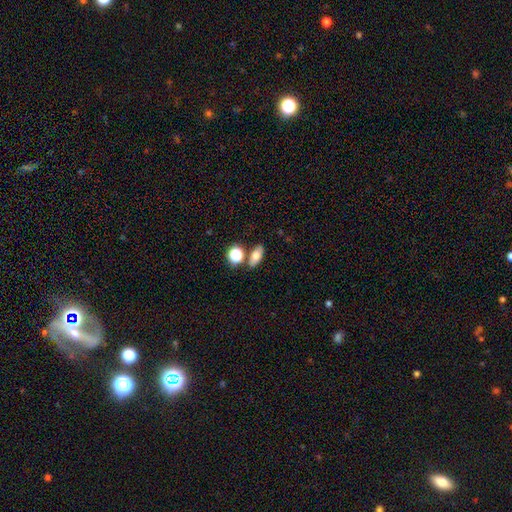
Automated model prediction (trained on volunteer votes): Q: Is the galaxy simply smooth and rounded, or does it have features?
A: smooth — 69%.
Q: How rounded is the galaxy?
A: in between — 74%.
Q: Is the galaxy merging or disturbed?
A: none — 75%.